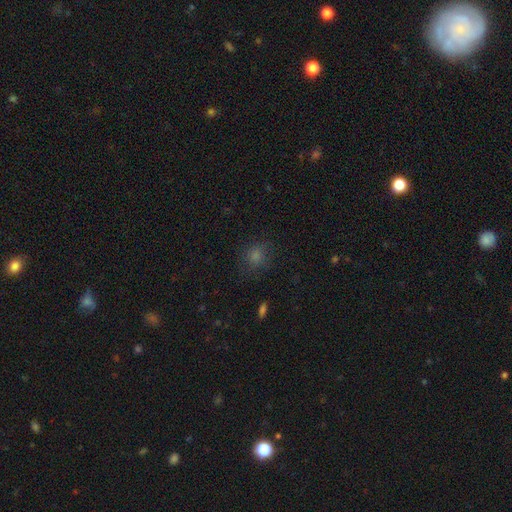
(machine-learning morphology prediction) Q: Smooth or featured?
A: smooth (62%); runner-up: star or artifact (29%)
Q: How rounded?
A: round (82%); runner-up: in between (17%)
Q: Merging?
A: none (82%); runner-up: minor disturbance (12%)